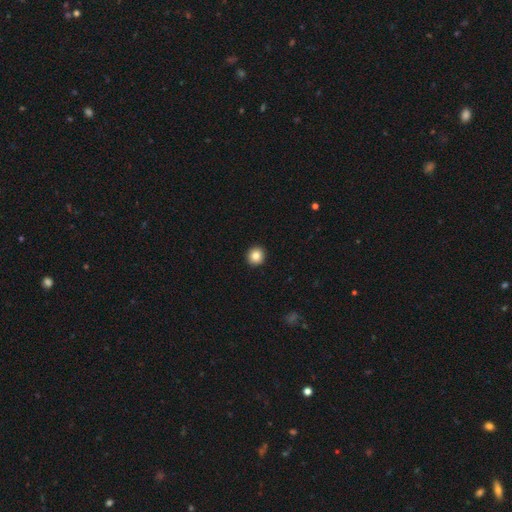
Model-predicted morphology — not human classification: This is clearly a smooth galaxy (84%). How rounded: clearly round (93%). Merging: clearly none (93%).